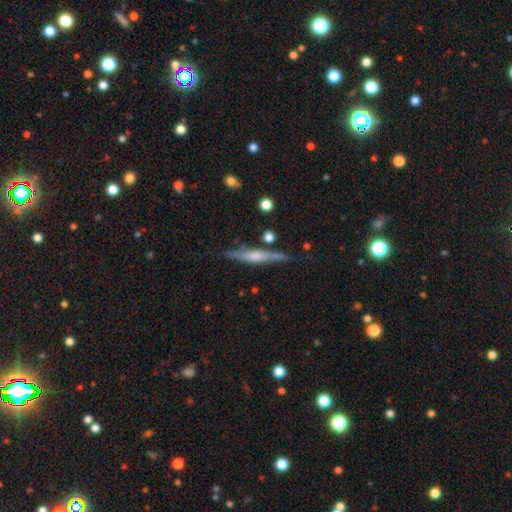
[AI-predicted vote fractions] A featured or disk galaxy (66%) viewed edge-on (95%) with a rounded central bulge (58%).

Vote fractions:
- Smooth or featured? featured or disk: 66% / smooth: 28% / star or artifact: 7%
- Edge-on disk? yes: 95% / no: 5%
- Edge-on bulge? rounded: 58% / boxy: 21% / none: 21%
- Merging? none: 78% / minor disturbance: 15% / merger: 4% / major disturbance: 3%